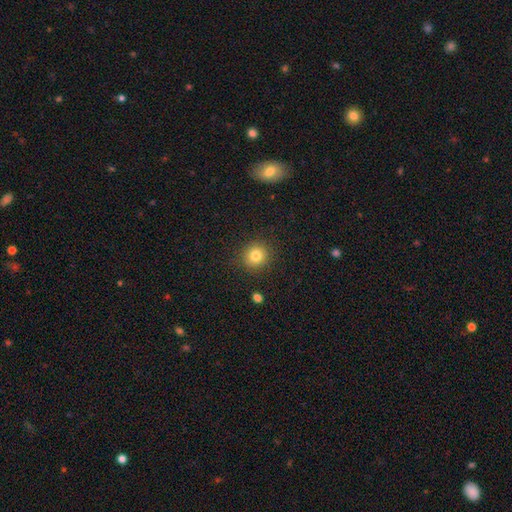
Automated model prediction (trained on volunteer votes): smooth_or_featured: smooth (p=0.81) [alt: star or artifact p=0.12]
how_rounded: round (p=0.89) [alt: in between p=0.10]
merging: none (p=0.89) [alt: minor disturbance p=0.07]